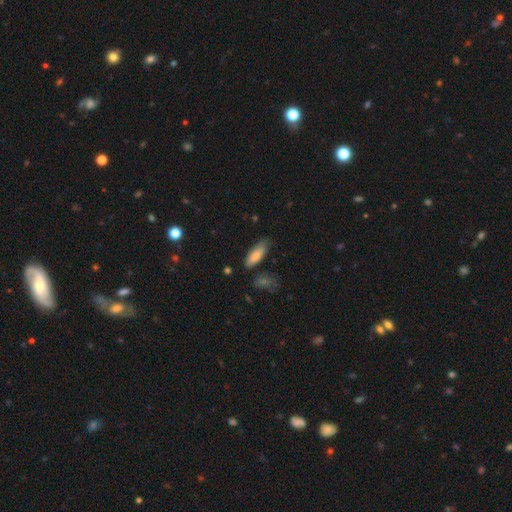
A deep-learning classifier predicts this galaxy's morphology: smooth-or-featured: smooth: 79% | featured or disk: 15% | star or artifact: 6%
  how-rounded: in between: 62% | cigar-shaped: 36% | round: 2%
  merging: none: 74% | minor disturbance: 19% | major disturbance: 4% | merger: 3%